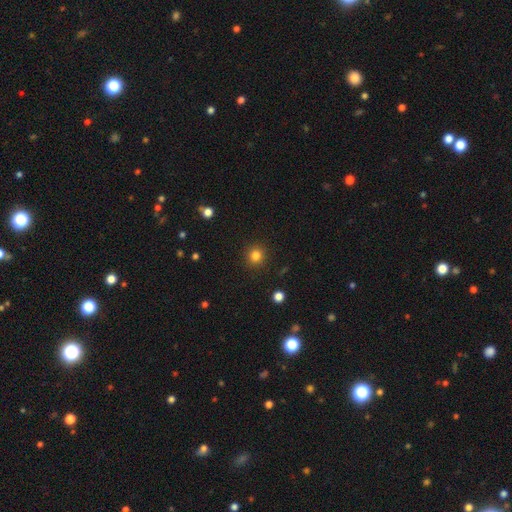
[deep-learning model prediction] Morphology: type=smooth (83%); roundness=round (92%); merging=none (91%).